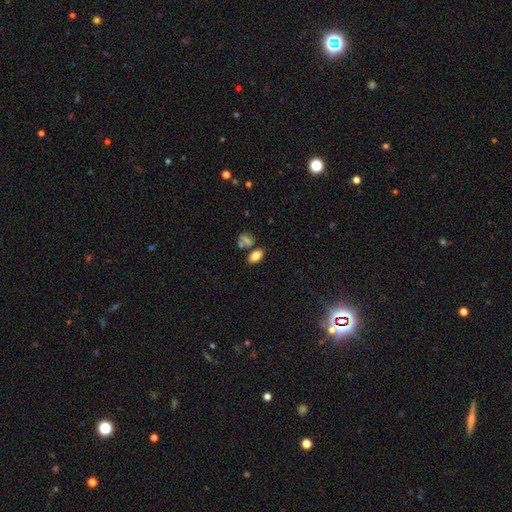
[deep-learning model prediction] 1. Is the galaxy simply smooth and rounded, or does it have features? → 79% smooth, 11% featured or disk, 9% star or artifact.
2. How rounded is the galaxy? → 89% in between, 9% round, 2% cigar-shaped.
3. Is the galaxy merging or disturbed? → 65% none, 19% merger, 12% minor disturbance, 4% major disturbance.